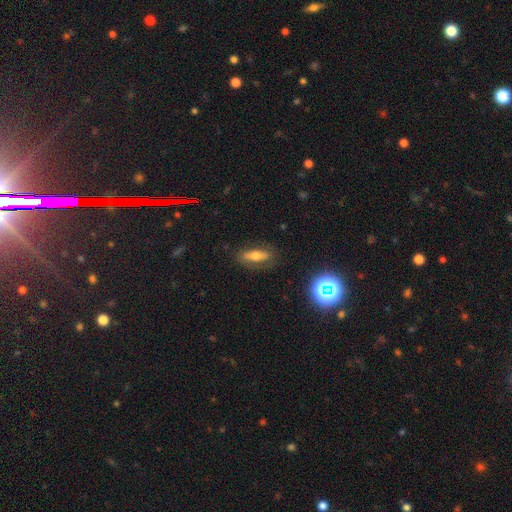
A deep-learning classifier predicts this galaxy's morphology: A smooth galaxy with no disk features (50%). Merging: none (81%).